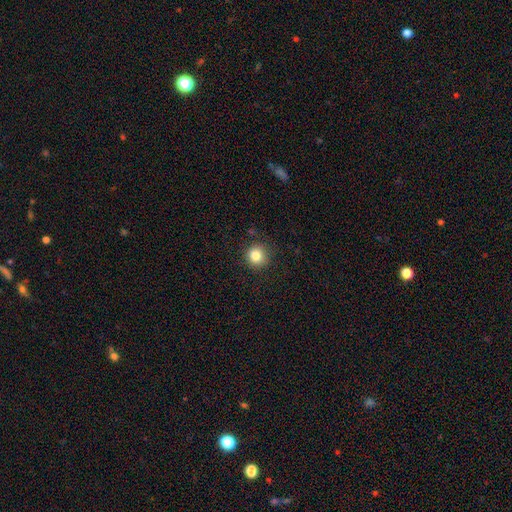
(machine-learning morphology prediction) A smooth galaxy with no disk features (83%) that is round (93%). Merging: none (89%).